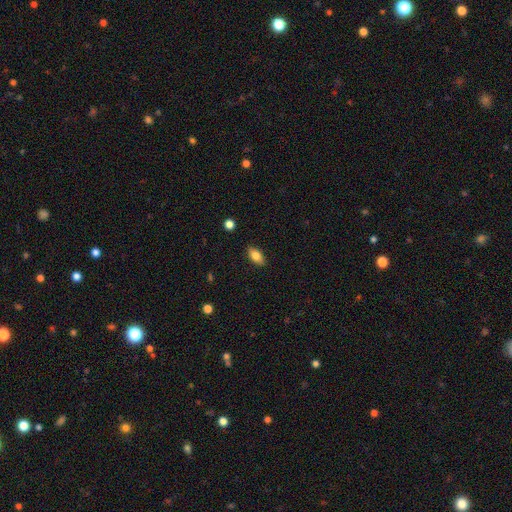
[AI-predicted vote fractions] Smooth or featured: smooth — 83% (featured or disk — 9%)
How rounded: in between — 90% (round — 5%)
Merging: none — 88% (minor disturbance — 9%)